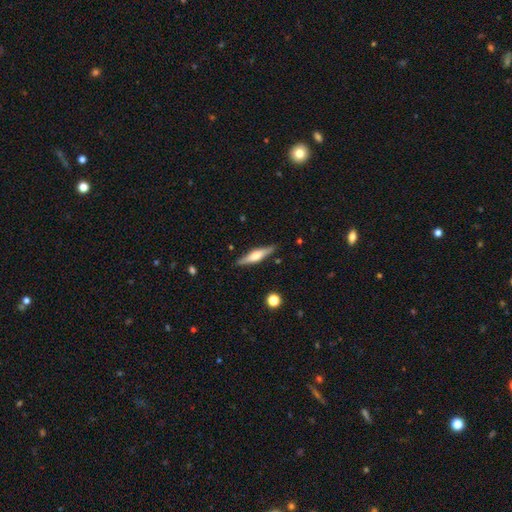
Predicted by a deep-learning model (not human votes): Morphology: type=featured or disk (57%); edge-on=yes (96%); edge-on bulge=rounded (82%); merging=none (88%).